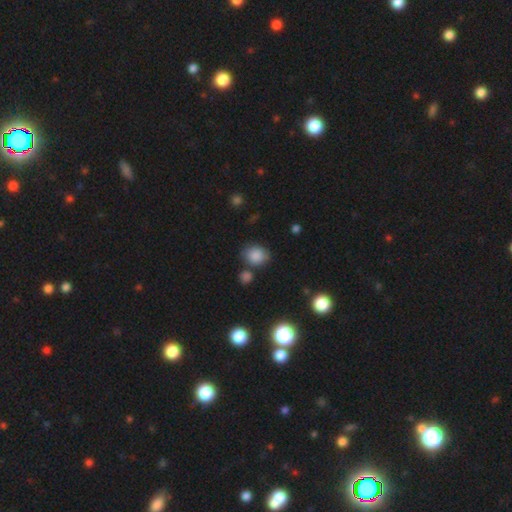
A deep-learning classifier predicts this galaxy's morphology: A smooth galaxy with no disk features (83%) that is round (61%). Merging: none (69%).